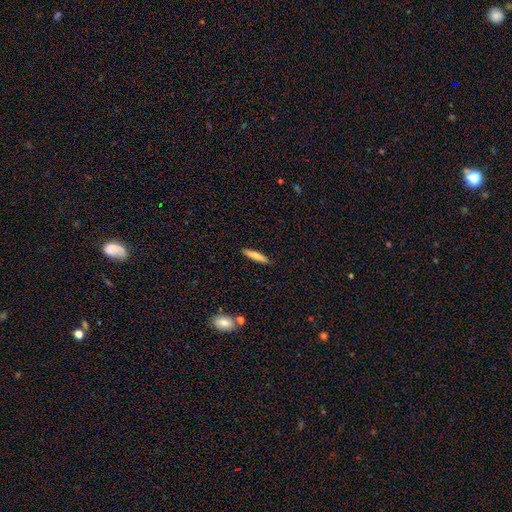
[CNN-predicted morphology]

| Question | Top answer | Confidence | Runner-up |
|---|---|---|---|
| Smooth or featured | smooth | 74% | featured or disk (20%) |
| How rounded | cigar-shaped | 88% | in between (11%) |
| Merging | none | 89% | minor disturbance (7%) |